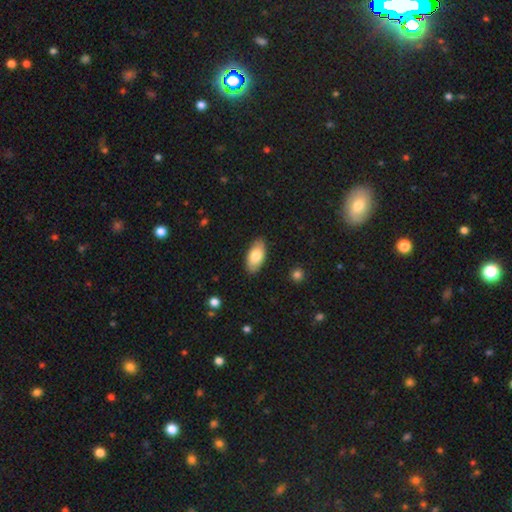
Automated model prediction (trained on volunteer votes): Morphology: type=smooth (79%); roundness=in between (93%); merging=none (87%).